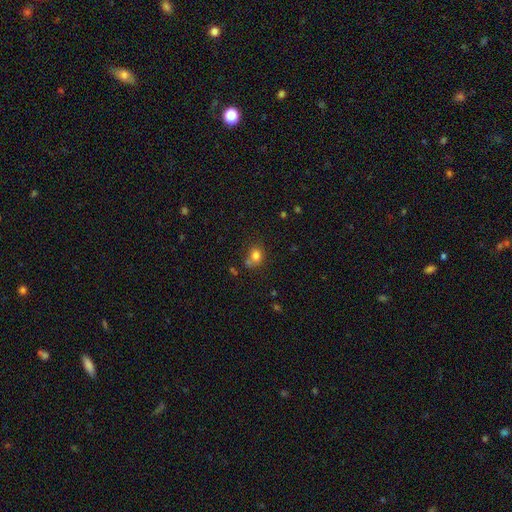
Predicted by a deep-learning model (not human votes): smooth_or_featured: smooth (p=0.79) [alt: star or artifact p=0.12]
how_rounded: round (p=0.56) [alt: in between p=0.43]
merging: none (p=0.54) [alt: merger p=0.21]